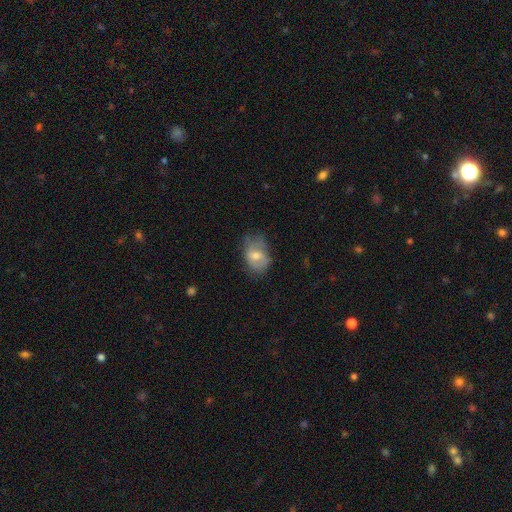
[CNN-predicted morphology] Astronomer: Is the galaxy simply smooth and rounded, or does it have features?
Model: smooth — 59%.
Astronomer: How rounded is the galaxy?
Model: in between — 78%.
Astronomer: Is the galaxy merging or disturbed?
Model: none — 52% (runner-up: minor disturbance, 32%).